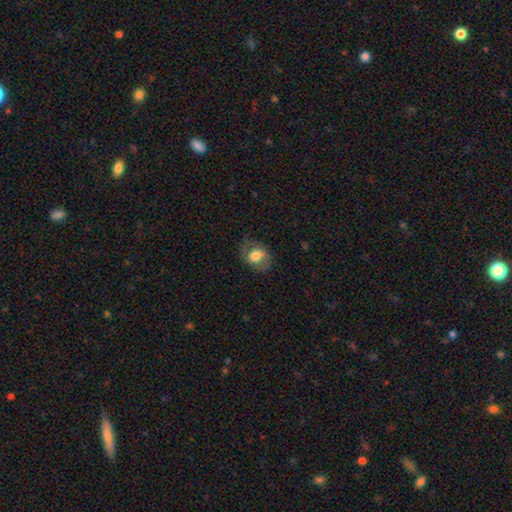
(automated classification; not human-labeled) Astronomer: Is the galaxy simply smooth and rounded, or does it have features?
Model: smooth — 68%.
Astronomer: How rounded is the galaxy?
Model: in between — 54% (runner-up: round, 45%).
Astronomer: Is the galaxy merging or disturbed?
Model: none — 66%.